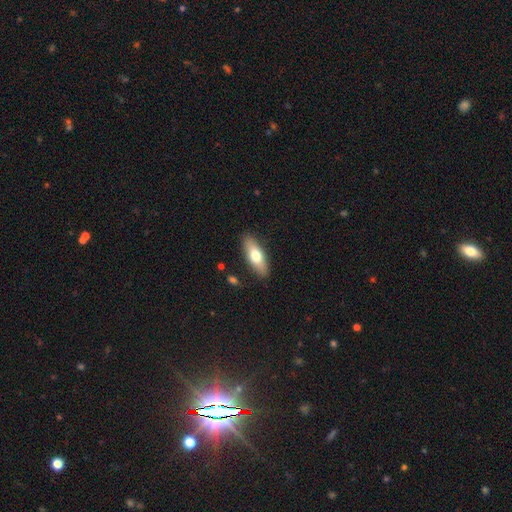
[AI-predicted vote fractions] smooth_or_featured: smooth (p=0.66) [alt: featured or disk p=0.28]
how_rounded: in between (p=0.64) [alt: cigar-shaped p=0.33]
merging: none (p=0.87) [alt: minor disturbance p=0.09]